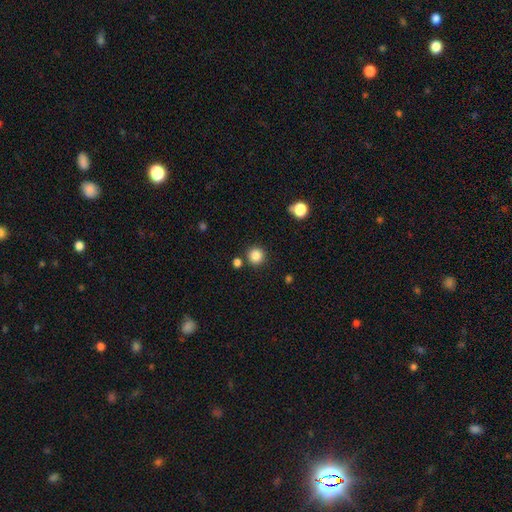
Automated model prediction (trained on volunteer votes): This appears to be a smooth galaxy with no disk features (85%) that is round (93%). Merging: none (85%).